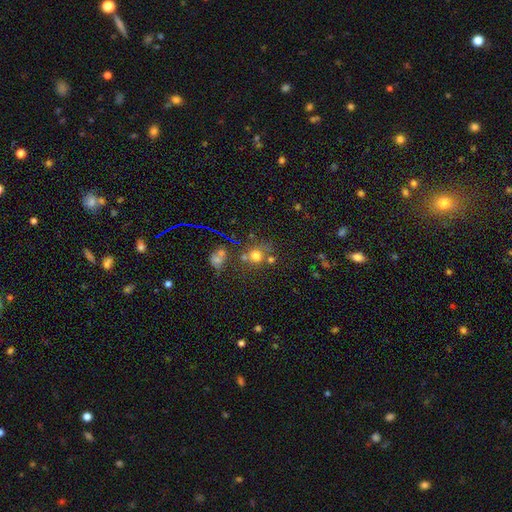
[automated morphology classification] This appears to be a smooth galaxy with no disk features (66%) that is round (81%). Merging: none (55%).